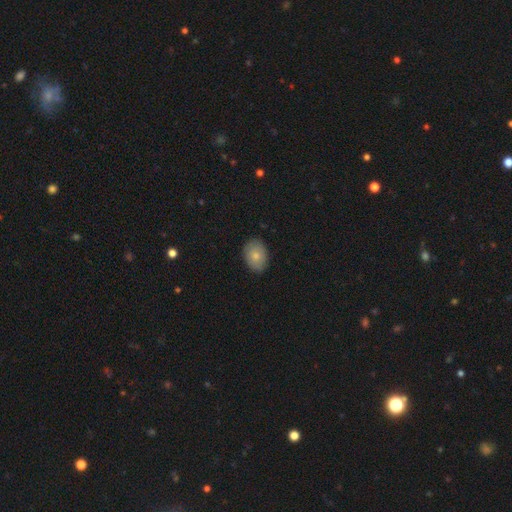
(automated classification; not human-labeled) Smooth or featured: smooth — 79% (featured or disk — 14%)
How rounded: in between — 76% (round — 22%)
Merging: none — 84% (minor disturbance — 13%)